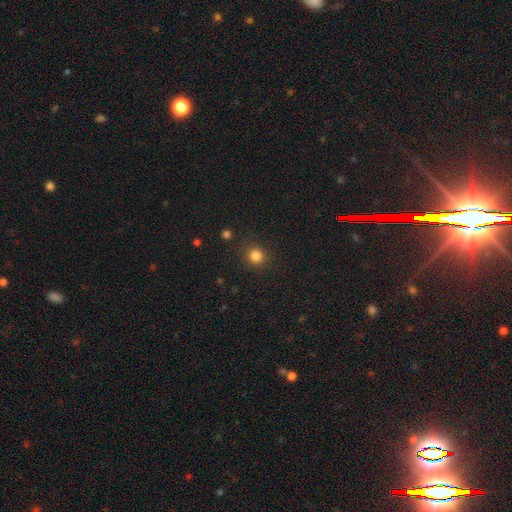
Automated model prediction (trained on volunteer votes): Smooth or featured?
  - smooth: 82% *
  - star or artifact: 13%
  - featured or disk: 4%
How rounded?
  - round: 88% *
  - in between: 11%
  - cigar-shaped: 1%
Merging?
  - none: 89% *
  - minor disturbance: 7%
  - major disturbance: 3%
  - merger: 2%